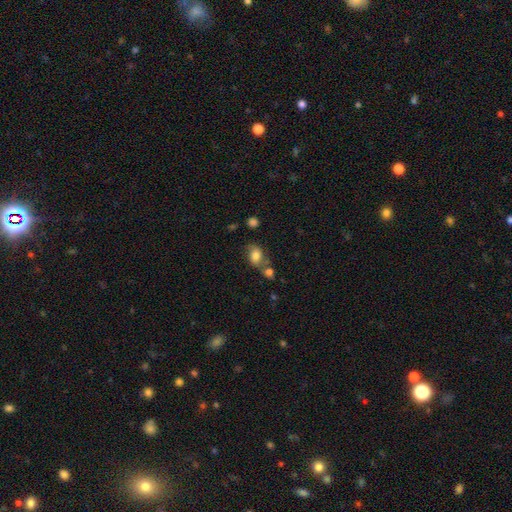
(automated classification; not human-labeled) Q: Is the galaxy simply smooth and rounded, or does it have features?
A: smooth — 73%.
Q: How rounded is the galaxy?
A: in between — 72%.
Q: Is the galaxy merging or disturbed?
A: none — 47%.